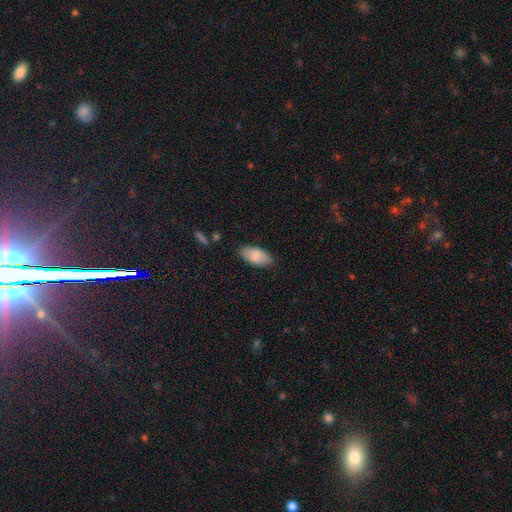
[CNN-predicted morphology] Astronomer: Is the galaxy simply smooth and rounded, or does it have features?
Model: smooth — 84%.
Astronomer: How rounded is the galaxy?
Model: in between — 93%.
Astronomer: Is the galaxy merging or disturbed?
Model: none — 83%.